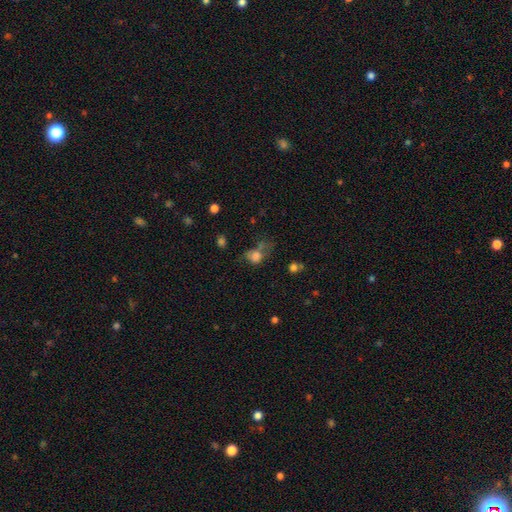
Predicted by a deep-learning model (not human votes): The model was most divided on "merging": none: 31%, major disturbance: 29%, minor disturbance: 22%, merger: 18%. More confident: smooth or featured — smooth (72%); how rounded — round (52%).